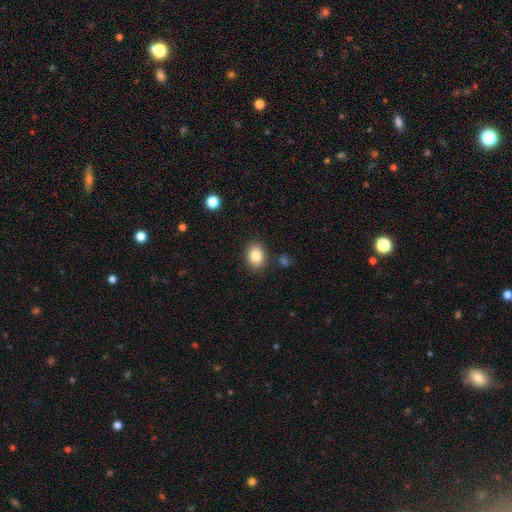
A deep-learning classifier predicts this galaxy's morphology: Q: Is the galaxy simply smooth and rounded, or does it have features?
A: smooth — 85%.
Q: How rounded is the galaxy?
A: in between — 56%.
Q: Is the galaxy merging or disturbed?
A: none — 86%.